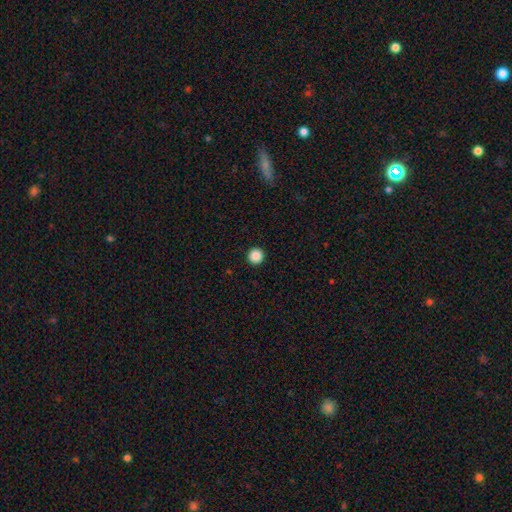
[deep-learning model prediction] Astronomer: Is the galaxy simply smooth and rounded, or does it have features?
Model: smooth — 87%.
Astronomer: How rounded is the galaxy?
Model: round — 97%.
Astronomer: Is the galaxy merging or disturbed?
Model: none — 94%.